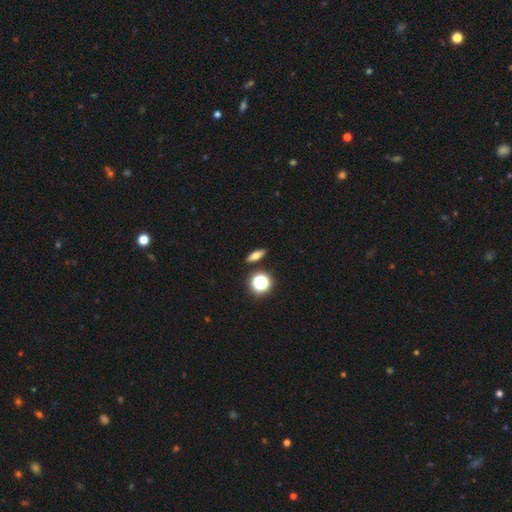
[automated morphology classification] This appears to be a smooth galaxy with no disk features (54%) that is in between round and cigar-shaped (46%). Merging: none (88%).